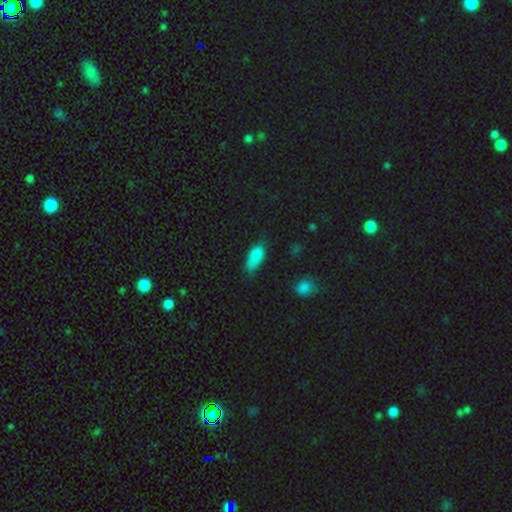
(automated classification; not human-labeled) Morphology: type=smooth (83%); roundness=in between (86%); merging=none (60%).